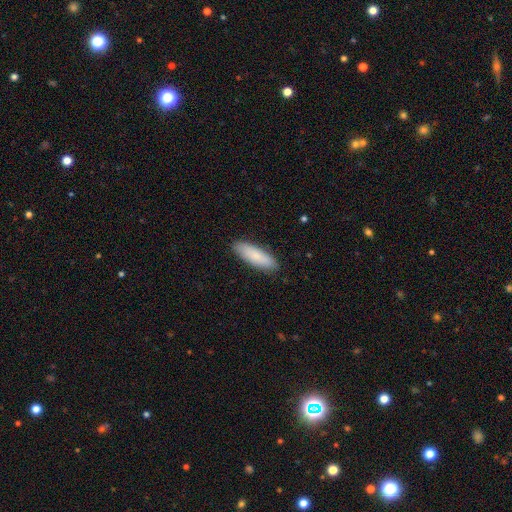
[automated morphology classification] Q: Smooth or featured?
A: smooth (83%); runner-up: featured or disk (11%)
Q: How rounded?
A: cigar-shaped (49%); tied with: in between (49%)
Q: Merging?
A: none (89%); runner-up: minor disturbance (8%)